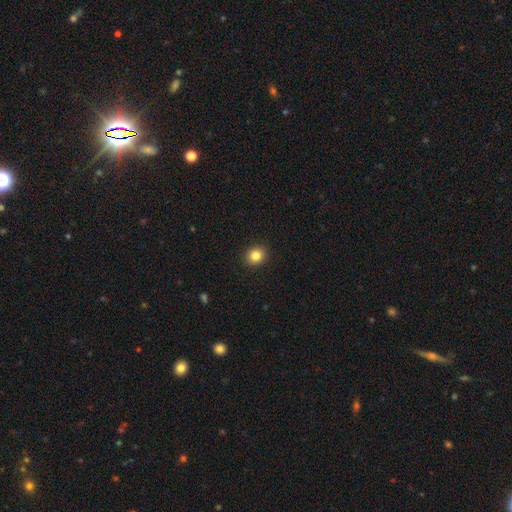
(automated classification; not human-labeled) smooth_or_featured: smooth (p=0.85) [alt: star or artifact p=0.10]
how_rounded: round (p=0.73) [alt: in between p=0.27]
merging: none (p=0.92) [alt: minor disturbance p=0.06]